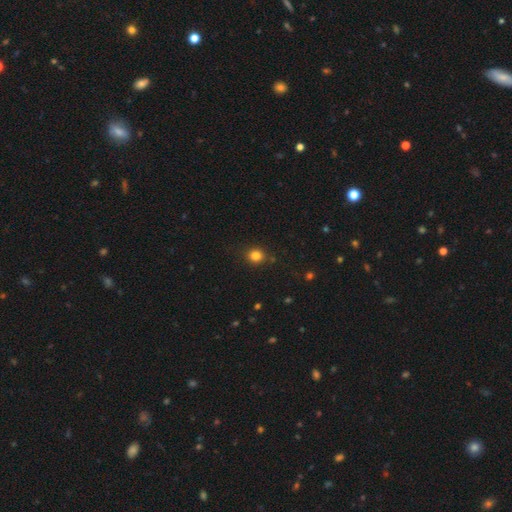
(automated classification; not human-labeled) Smooth or featured?
  - smooth: 82% *
  - star or artifact: 13%
  - featured or disk: 5%
How rounded?
  - round: 83% *
  - in between: 16%
  - cigar-shaped: 1%
Merging?
  - none: 87% *
  - minor disturbance: 8%
  - major disturbance: 2%
  - merger: 2%